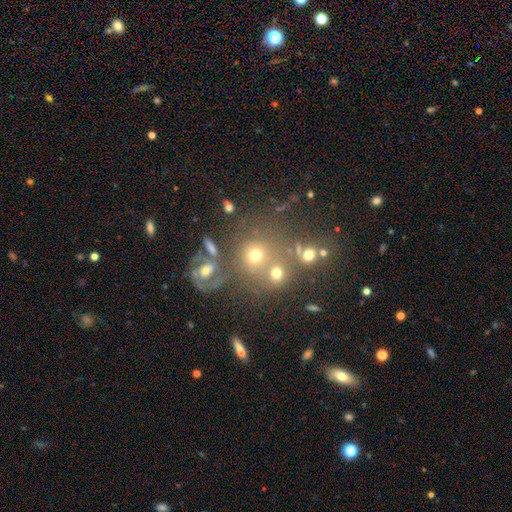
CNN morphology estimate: A smooth galaxy with no disk features (49%).

Vote fractions:
- Smooth or featured? smooth: 49% / star or artifact: 29% / featured or disk: 22%
- Merging? none: 53% / merger: 27% / minor disturbance: 12% / major disturbance: 8%